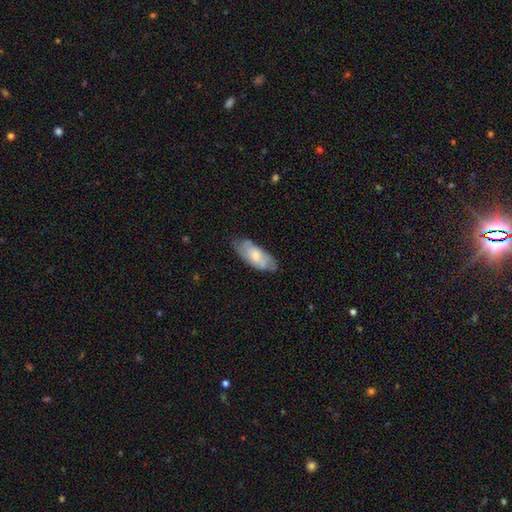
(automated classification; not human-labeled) smooth 59%, featured or disk 35%, star or artifact 6%. Down the decision tree: how rounded — in between (82%); merging — none (67%).